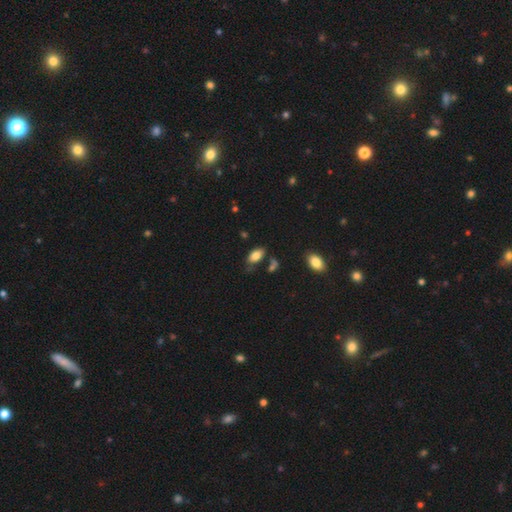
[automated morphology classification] A smooth galaxy with no disk features (83%) that is in between round and cigar-shaped (93%). Merging: none (66%).